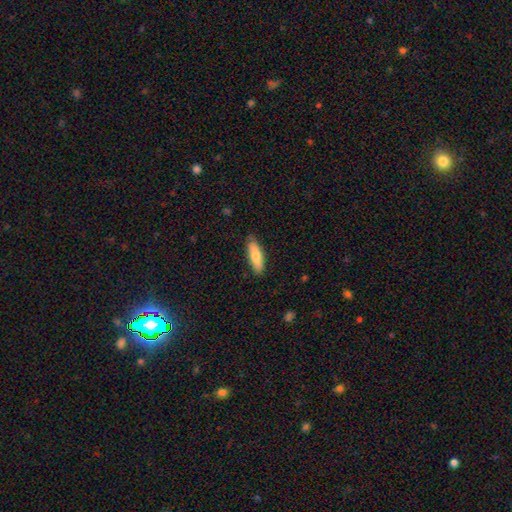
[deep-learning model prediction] Smooth or featured? smooth (75%)
How rounded? in between (50%)
Merging? none (84%)